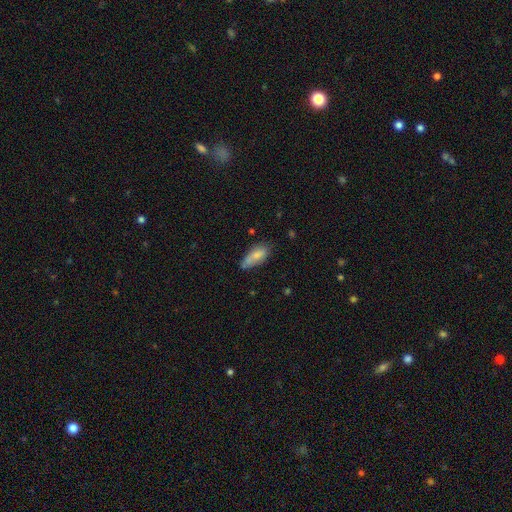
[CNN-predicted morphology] Smooth or featured? smooth (78%)
How rounded? in between (77%)
Merging? none (58%)